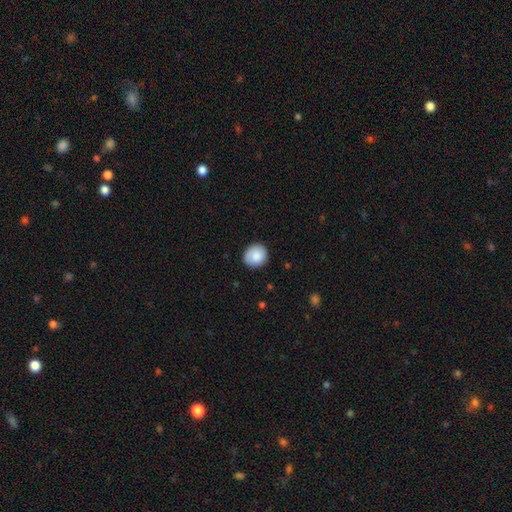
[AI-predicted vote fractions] smooth 87%, star or artifact 8%, featured or disk 6%. Down the decision tree: how rounded — round (81%); merging — none (86%).